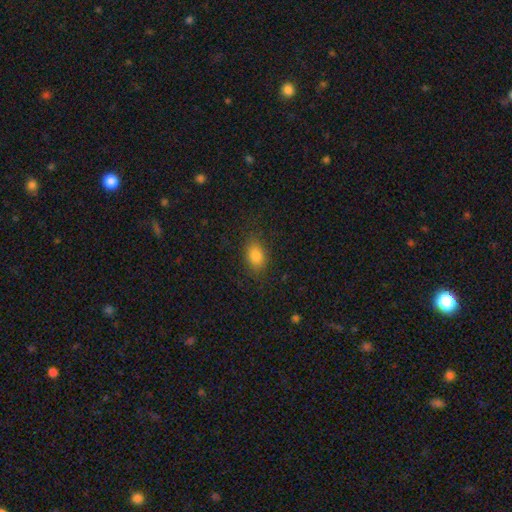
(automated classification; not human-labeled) smooth 83%, star or artifact 10%, featured or disk 7%. Down the decision tree: how rounded — in between (79%); merging — none (83%).